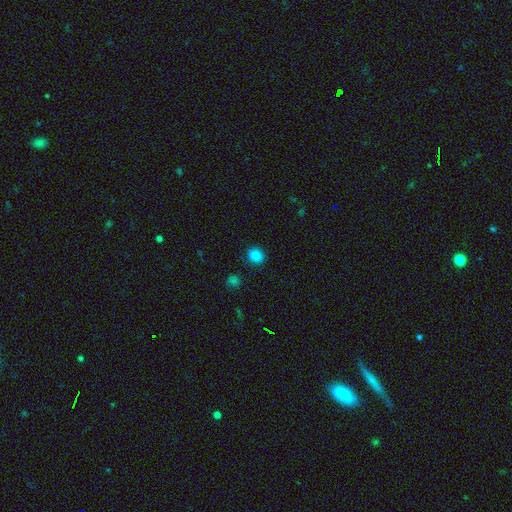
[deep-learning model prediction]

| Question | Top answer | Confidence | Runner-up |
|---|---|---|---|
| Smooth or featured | smooth | 85% | star or artifact (12%) |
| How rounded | round | 71% | in between (28%) |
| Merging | none | 89% | minor disturbance (7%) |